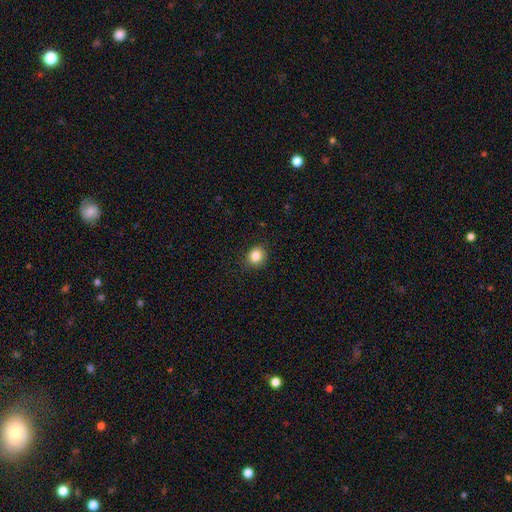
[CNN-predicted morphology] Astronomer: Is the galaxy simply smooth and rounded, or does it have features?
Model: smooth — 84%.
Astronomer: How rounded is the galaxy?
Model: round — 78%.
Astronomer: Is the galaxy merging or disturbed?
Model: none — 87%.